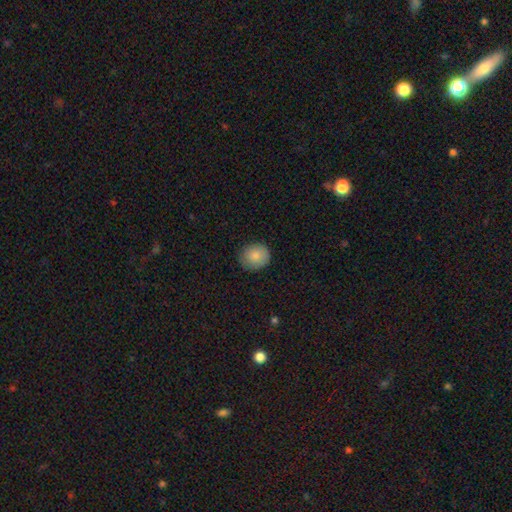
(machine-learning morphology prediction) The model was most divided on "how rounded": round: 82%, in between: 17%, cigar-shaped: 1%. More confident: smooth or featured — smooth (85%); merging — none (83%).